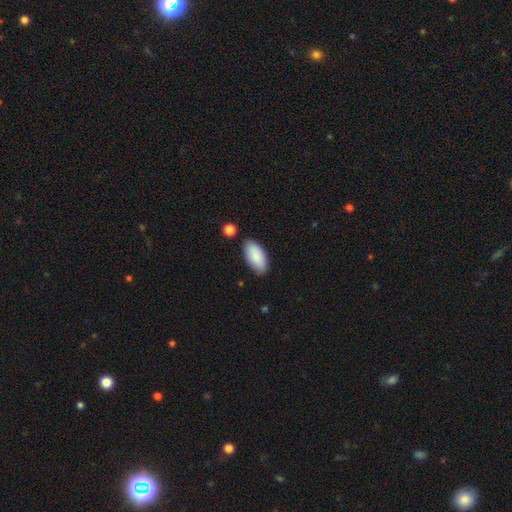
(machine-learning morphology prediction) The model was most divided on "merging": none: 82%, minor disturbance: 12%, merger: 3%, major disturbance: 3%. More confident: how rounded — in between (92%); smooth or featured — smooth (88%).